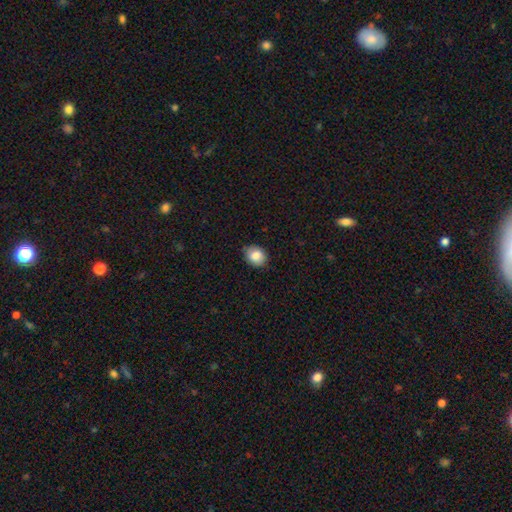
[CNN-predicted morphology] smooth_or_featured: smooth (p=0.83) [alt: featured or disk p=0.08]
how_rounded: round (p=0.54) [alt: in between p=0.45]
merging: none (p=0.81) [alt: minor disturbance p=0.15]